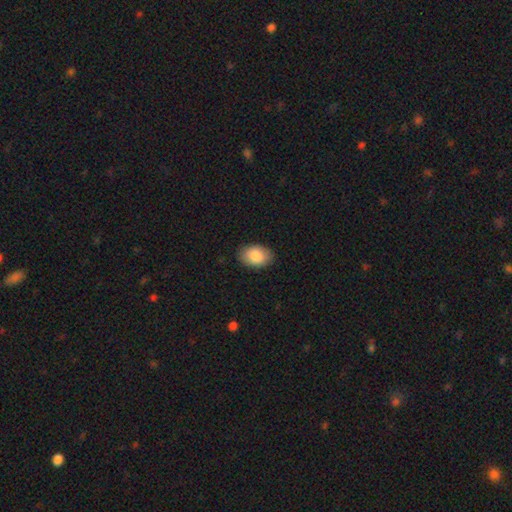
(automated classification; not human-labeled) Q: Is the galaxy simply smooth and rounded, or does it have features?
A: smooth — 86%.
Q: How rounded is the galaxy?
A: in between — 87%.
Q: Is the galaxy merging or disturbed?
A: none — 87%.